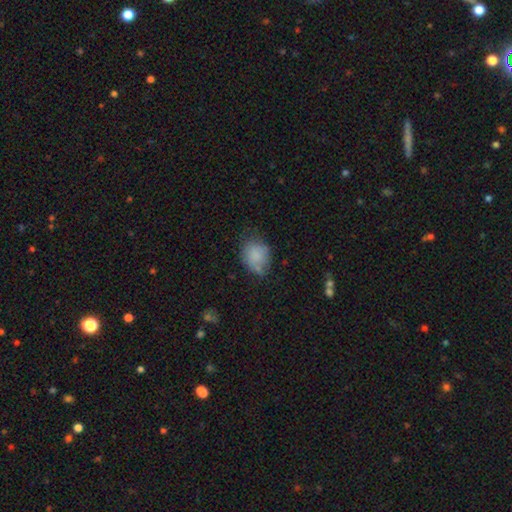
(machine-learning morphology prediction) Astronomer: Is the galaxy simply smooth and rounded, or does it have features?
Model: smooth — 81%.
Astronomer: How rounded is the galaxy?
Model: in between — 57% (runner-up: round, 42%).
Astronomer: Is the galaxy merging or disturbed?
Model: none — 55% (runner-up: minor disturbance, 32%).